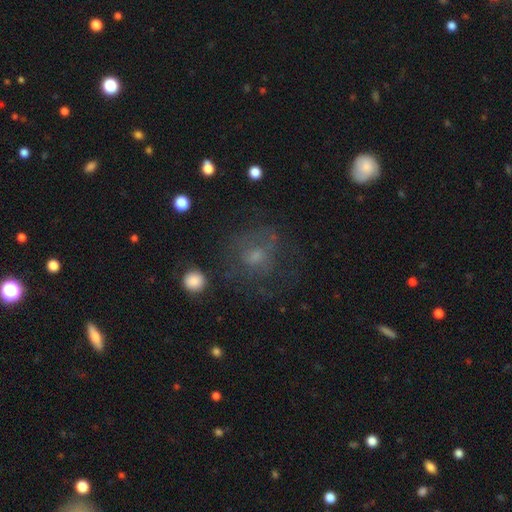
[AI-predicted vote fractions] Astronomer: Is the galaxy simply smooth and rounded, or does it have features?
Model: smooth — 44% (runner-up: featured or disk, 38%).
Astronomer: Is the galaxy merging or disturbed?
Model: none — 55%.